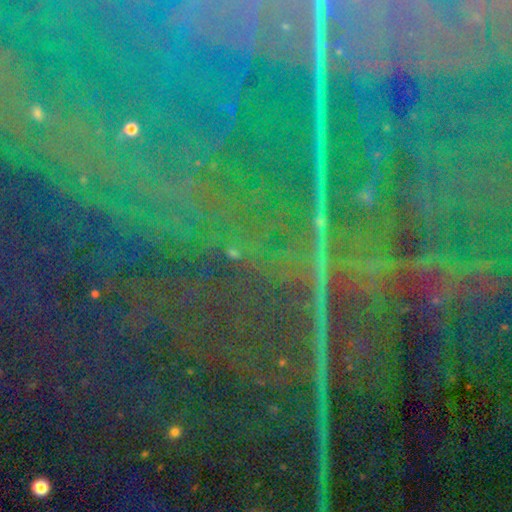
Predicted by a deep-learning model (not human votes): Morphology: type=star or artifact (88%).